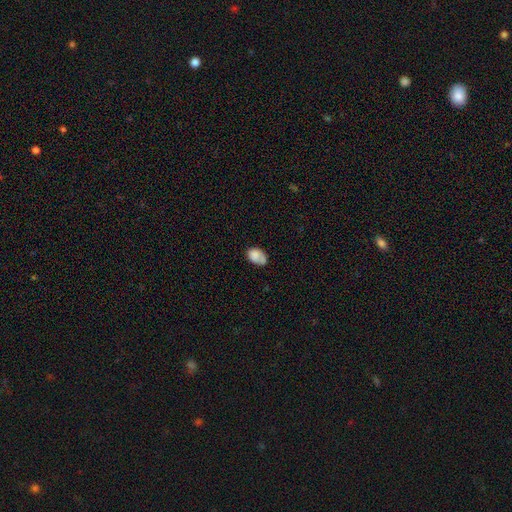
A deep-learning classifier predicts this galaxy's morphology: smooth_or_featured: smooth (p=0.77) [alt: featured or disk p=0.14]
how_rounded: in between (p=0.82) [alt: round p=0.17]
merging: none (p=0.50) [alt: minor disturbance p=0.29]